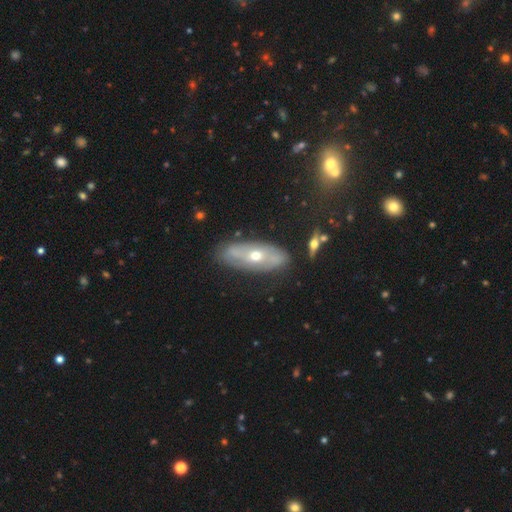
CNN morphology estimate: Smooth or featured? Predicted: featured or disk (p=0.64). Edge-on disk? Predicted: no (p=0.76). Merging? Predicted: none (p=0.81).